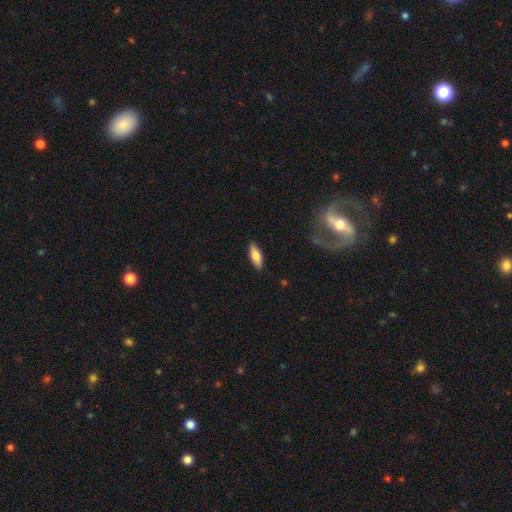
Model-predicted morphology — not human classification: Overall: smooth (78%). How rounded: in between (69%; cigar-shaped 29%). Merging: none (87%).